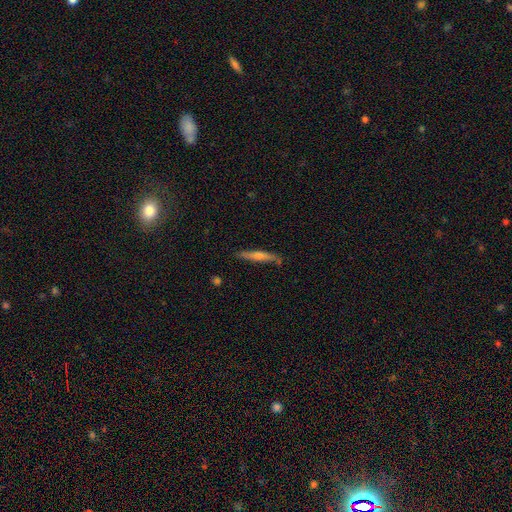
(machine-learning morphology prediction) type=featured or disk (56%); edge-on=yes (94%); edge-on bulge=rounded (68%); merging=none (83%).